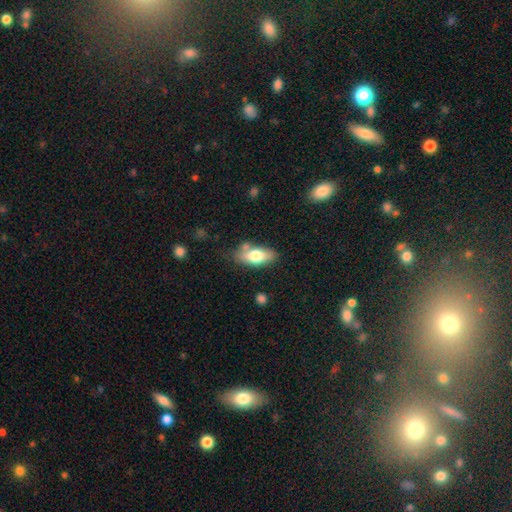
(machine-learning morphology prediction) Overall: smooth (70%). How rounded: in between (84%). Merging: none (69%).